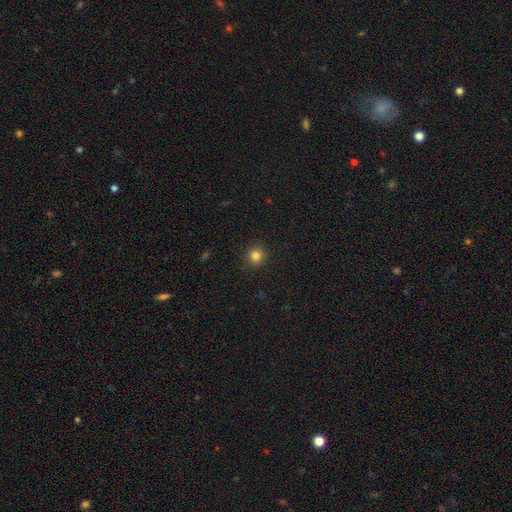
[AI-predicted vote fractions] This appears to be a smooth galaxy with no disk features (82%) that is round (91%). Merging: none (91%).